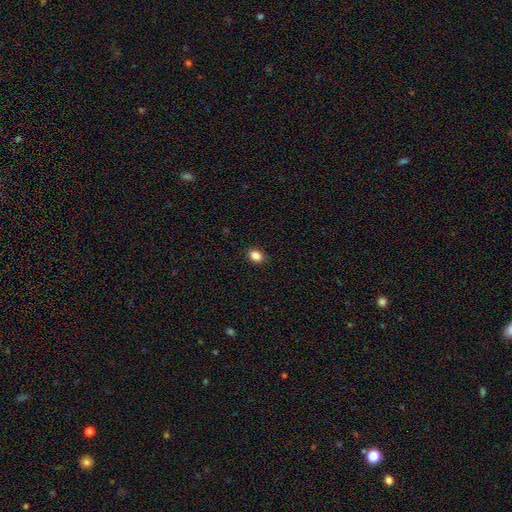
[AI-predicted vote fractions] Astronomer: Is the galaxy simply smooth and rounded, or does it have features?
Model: smooth — 86%.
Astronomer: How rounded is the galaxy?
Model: in between — 56% (runner-up: round, 43%).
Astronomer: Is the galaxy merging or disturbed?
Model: none — 90%.